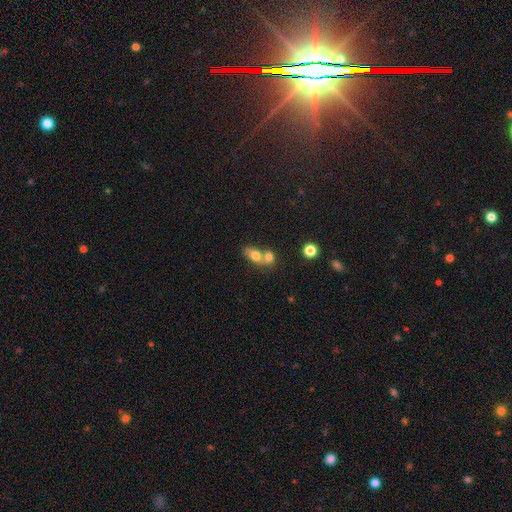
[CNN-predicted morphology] The model was most divided on "merging": merger: 65%, none: 24%, minor disturbance: 7%, major disturbance: 4%. More confident: how rounded — in between (72%); smooth or featured — smooth (71%).